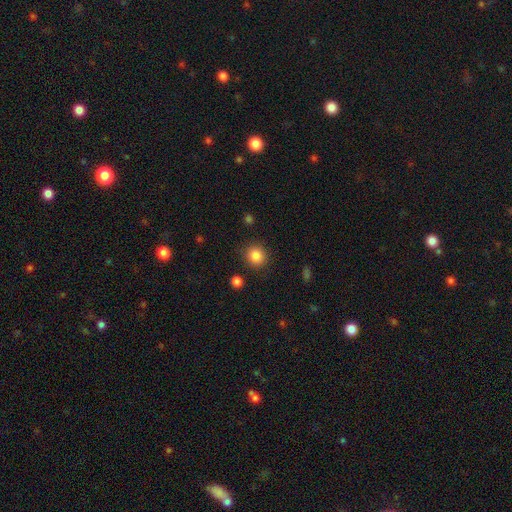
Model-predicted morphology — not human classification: A smooth galaxy with no disk features (86%) that is round (85%).

Vote fractions:
- Smooth or featured? smooth: 86% / star or artifact: 10% / featured or disk: 4%
- How rounded? round: 85% / in between: 14% / cigar-shaped: 1%
- Merging? none: 86% / minor disturbance: 8% / major disturbance: 3% / merger: 2%